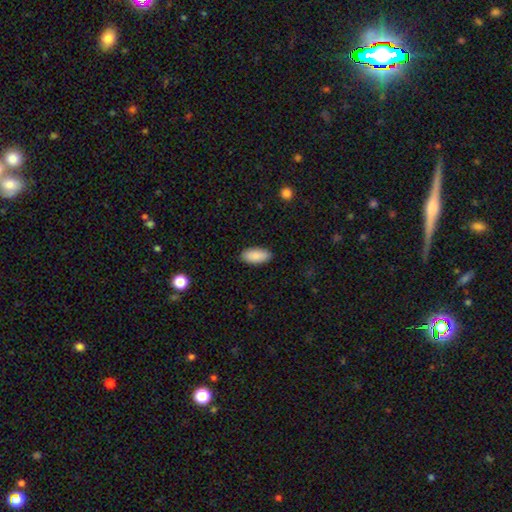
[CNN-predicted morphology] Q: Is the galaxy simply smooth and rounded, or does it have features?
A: smooth — 89%.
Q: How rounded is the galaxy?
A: in between — 91%.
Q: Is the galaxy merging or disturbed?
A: none — 89%.